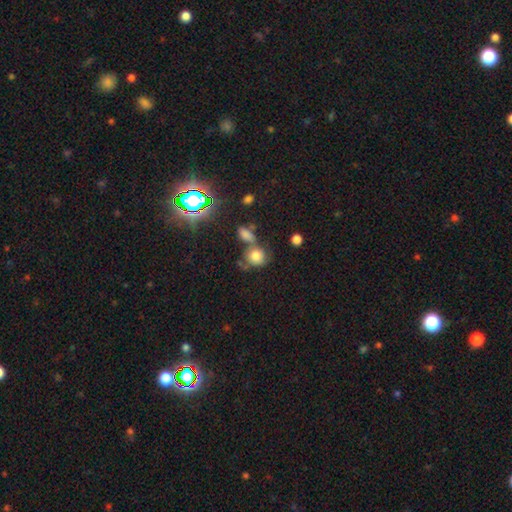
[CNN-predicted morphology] smooth_or_featured: smooth (p=0.76) [alt: star or artifact p=0.15]
how_rounded: round (p=0.77) [alt: in between p=0.22]
merging: none (p=0.47) [alt: merger p=0.33]